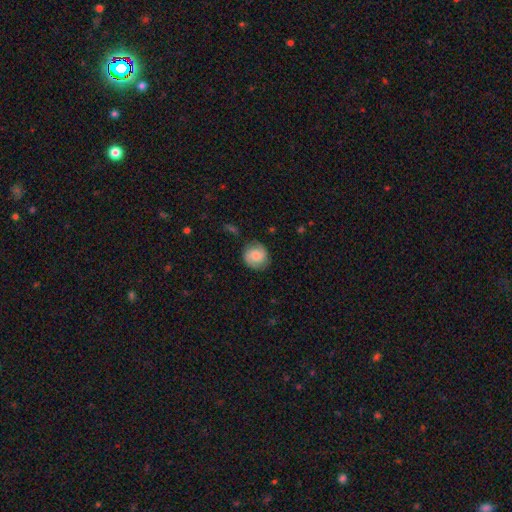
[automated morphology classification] The model was most divided on "smooth or featured": smooth: 51%, featured or disk: 40%, star or artifact: 8%. More confident: how rounded — round (84%); merging — none (80%).